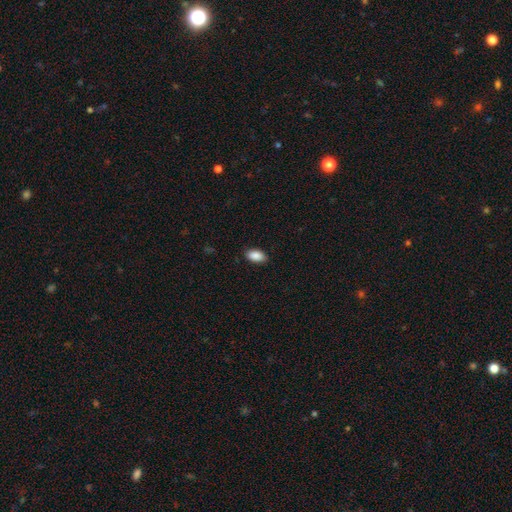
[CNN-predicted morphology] Smooth or featured?
  - smooth: 89% *
  - star or artifact: 7%
  - featured or disk: 3%
How rounded?
  - in between: 93% *
  - round: 5%
  - cigar-shaped: 2%
Merging?
  - none: 87% *
  - minor disturbance: 10%
  - major disturbance: 2%
  - merger: 1%